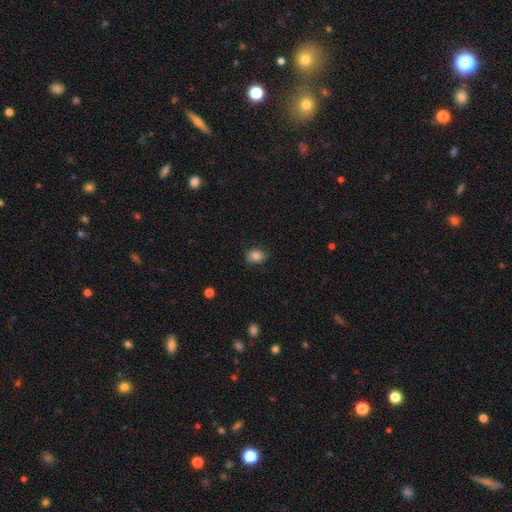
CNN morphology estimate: Smooth or featured? Predicted: smooth (p=0.85). How rounded? Predicted: in between (p=0.52). Merging? Predicted: none (p=0.76).